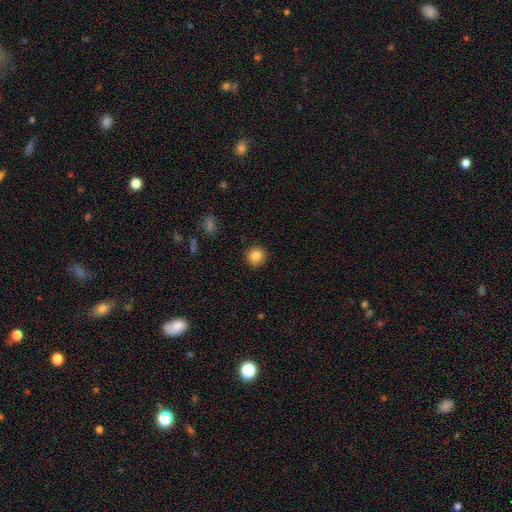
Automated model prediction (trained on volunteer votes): A smooth galaxy with no disk features (85%) that is round (92%).

Vote fractions:
- Smooth or featured? smooth: 85% / star or artifact: 10% / featured or disk: 6%
- How rounded? round: 92% / in between: 7% / cigar-shaped: 1%
- Merging? none: 90% / minor disturbance: 7% / major disturbance: 2% / merger: 1%